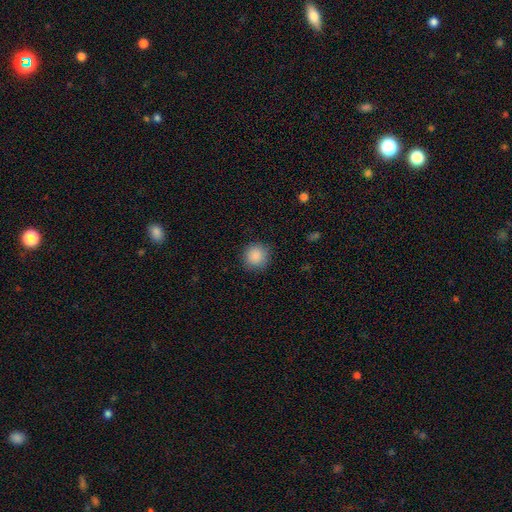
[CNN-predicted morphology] type=smooth (88%); roundness=round (92%); merging=none (89%).